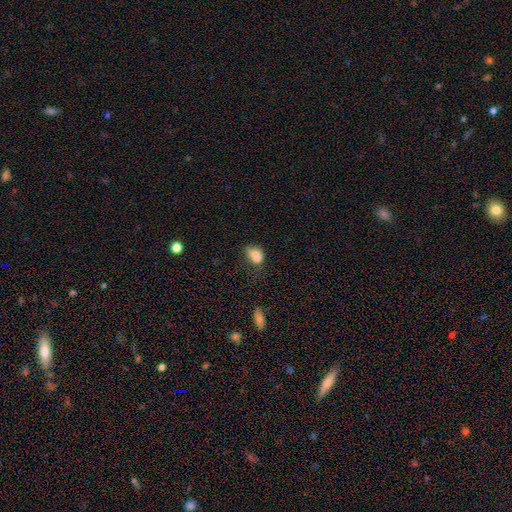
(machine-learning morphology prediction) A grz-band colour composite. It shows a smooth galaxy with no disk features (73%) that is in between round and cigar-shaped (72%). Merging: none (32%).